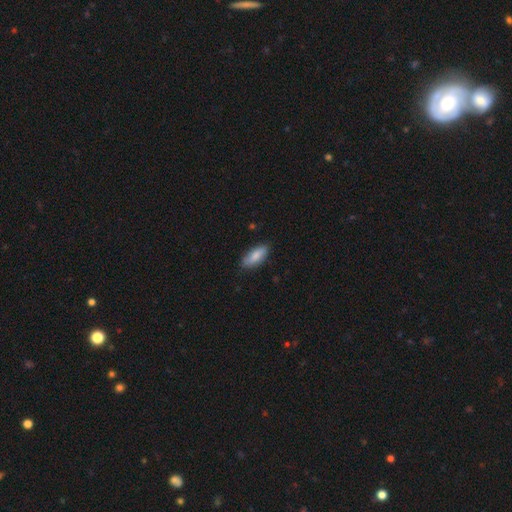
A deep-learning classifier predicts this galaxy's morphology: Smooth or featured? smooth (83%)
How rounded? in between (79%)
Merging? none (81%)